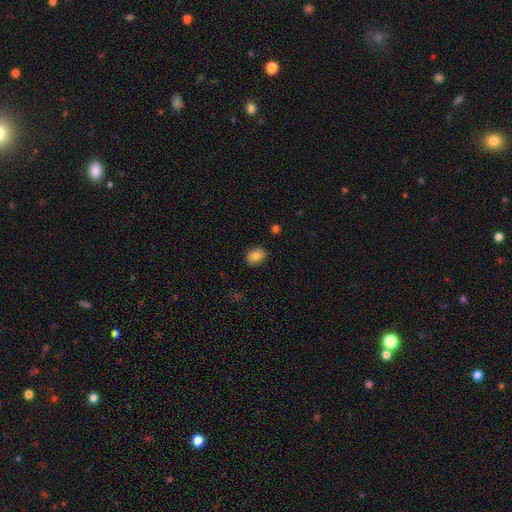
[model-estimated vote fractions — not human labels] A smooth galaxy with no disk features (81%) that is in between round and cigar-shaped (59%).

Vote fractions:
- Smooth or featured? smooth: 81% / featured or disk: 10% / star or artifact: 9%
- How rounded? in between: 59% / round: 40% / cigar-shaped: 1%
- Merging? none: 84% / minor disturbance: 13% / major disturbance: 2% / merger: 1%